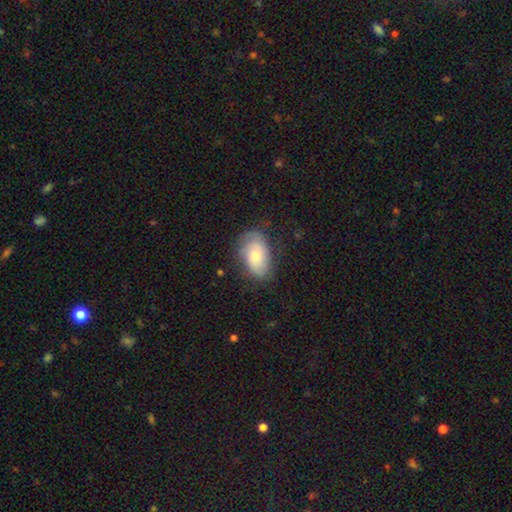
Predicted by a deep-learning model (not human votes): This is possibly a smooth galaxy (51%). How rounded: clearly in between (87%). Merging: likely none (66%).